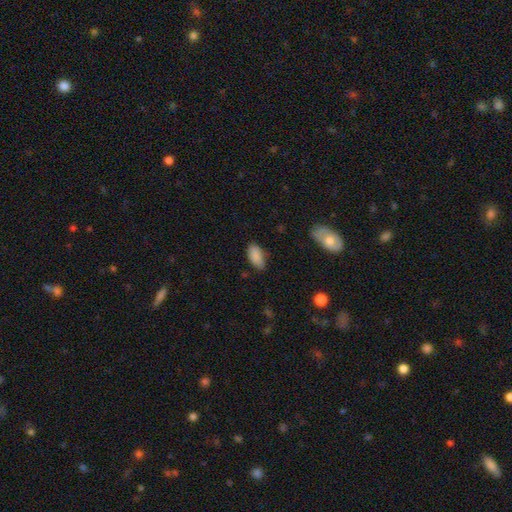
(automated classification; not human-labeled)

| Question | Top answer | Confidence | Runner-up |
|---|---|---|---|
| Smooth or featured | smooth | 87% | star or artifact (8%) |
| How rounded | in between | 93% | cigar-shaped (4%) |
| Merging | none | 73% | minor disturbance (21%) |